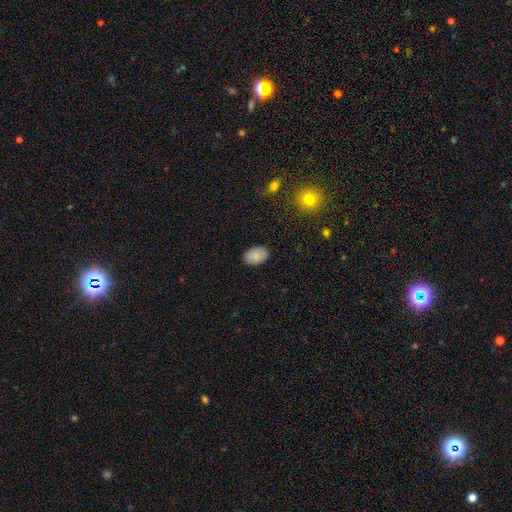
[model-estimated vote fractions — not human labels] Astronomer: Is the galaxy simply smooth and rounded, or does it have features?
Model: smooth — 87%.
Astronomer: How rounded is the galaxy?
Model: in between — 88%.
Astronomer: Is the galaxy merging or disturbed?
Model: none — 87%.